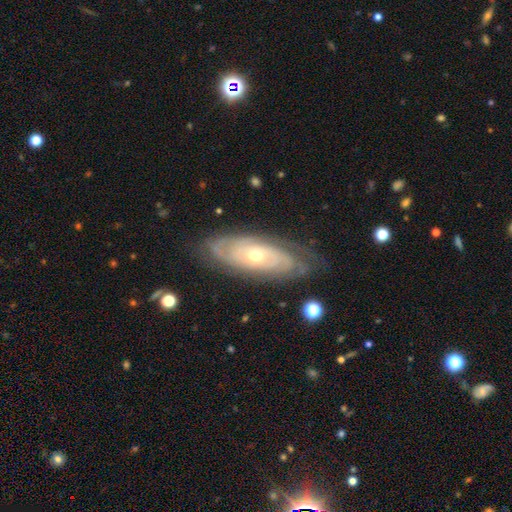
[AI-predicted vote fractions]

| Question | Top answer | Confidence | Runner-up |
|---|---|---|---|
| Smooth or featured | featured or disk | 80% | smooth (14%) |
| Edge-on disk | no | 86% | yes (14%) |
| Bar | no | 79% | weak (16%) |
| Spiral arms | yes | 87% | no (13%) |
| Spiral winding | tight | 74% | medium (20%) |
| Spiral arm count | can't tell | 49% | 2 (28%) |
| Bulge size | moderate | 51% | small (46%) |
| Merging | none | 77% | minor disturbance (16%) |